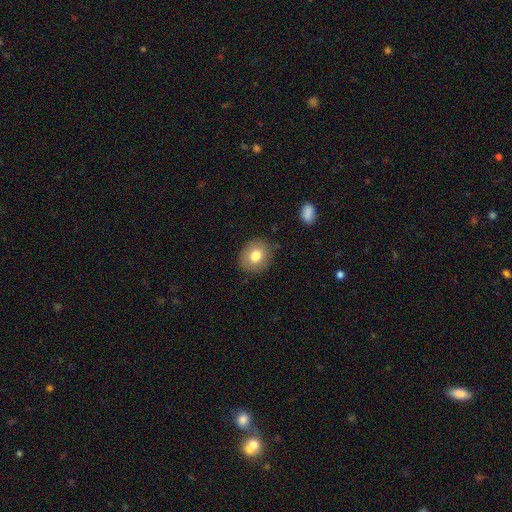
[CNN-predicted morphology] This appears to be a smooth galaxy with no disk features (77%) that is round (77%). Merging: none (84%).